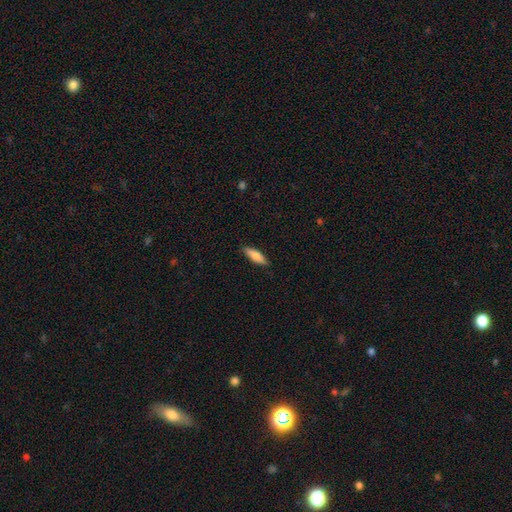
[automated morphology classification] A smooth galaxy with no disk features (78%) that is cigar-shaped (50%). Merging: none (87%).